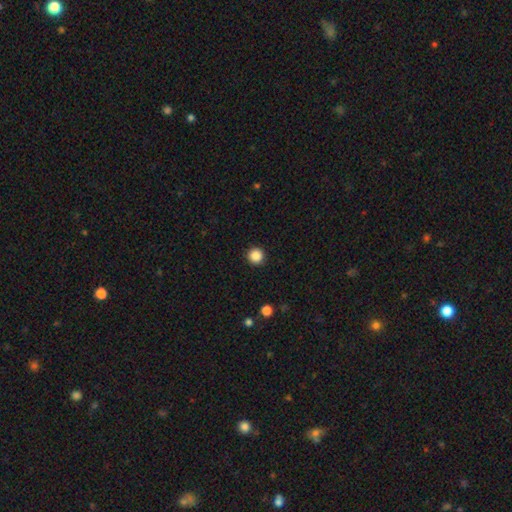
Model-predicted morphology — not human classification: smooth 87%, star or artifact 11%, featured or disk 2%. Down the decision tree: how rounded — round (95%); merging — none (92%).